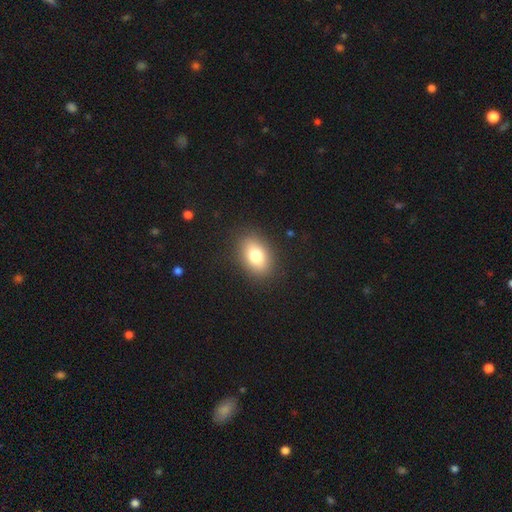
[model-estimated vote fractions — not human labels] smooth 78%, featured or disk 12%, star or artifact 10%. Down the decision tree: how rounded — in between (80%); merging — none (88%).